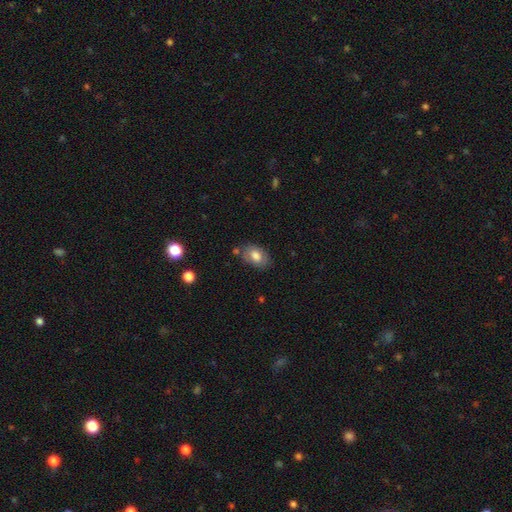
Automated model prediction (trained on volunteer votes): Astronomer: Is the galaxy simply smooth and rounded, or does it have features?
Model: smooth — 74%.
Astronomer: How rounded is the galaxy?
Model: in between — 88%.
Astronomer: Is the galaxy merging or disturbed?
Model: none — 72%.